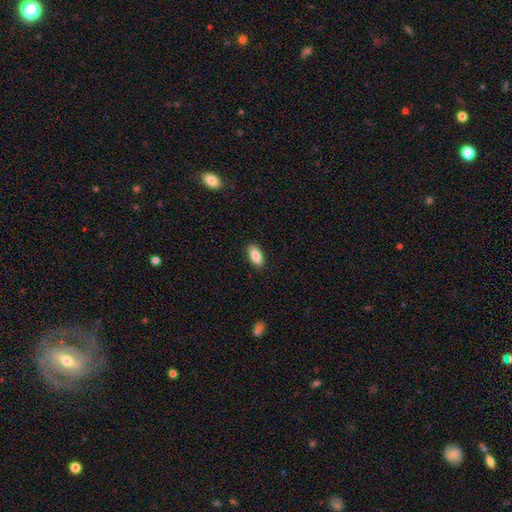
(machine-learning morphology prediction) This appears to be a smooth galaxy with no disk features (85%) that is in between round and cigar-shaped (90%). Merging: none (89%).